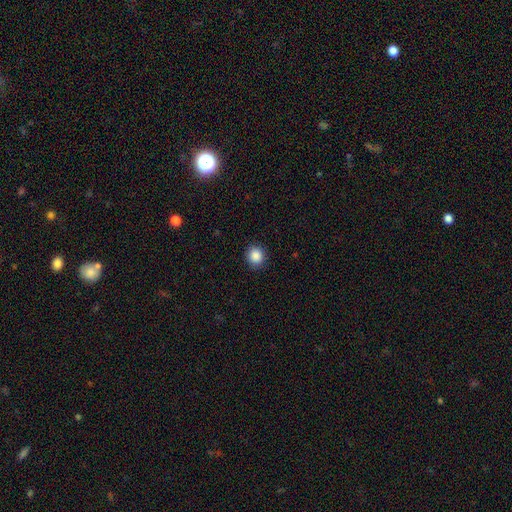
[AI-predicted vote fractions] smooth-or-featured: smooth: 88% | star or artifact: 9% | featured or disk: 3%
  how-rounded: round: 83% | in between: 16% | cigar-shaped: 1%
  merging: none: 90% | minor disturbance: 7% | major disturbance: 2% | merger: 1%